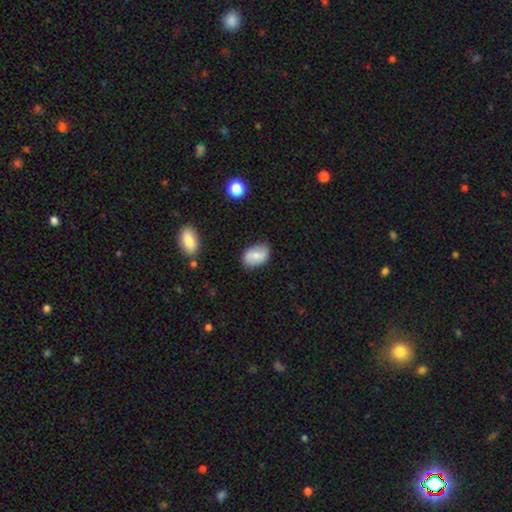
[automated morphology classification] This appears to be a smooth galaxy with no disk features (67%) that is in between round and cigar-shaped (85%). Merging: none (79%).